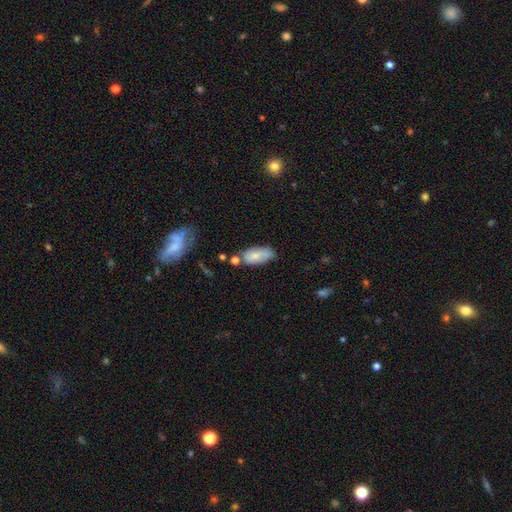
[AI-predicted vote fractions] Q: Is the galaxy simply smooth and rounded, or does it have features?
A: smooth — 69%.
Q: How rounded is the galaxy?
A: in between — 90%.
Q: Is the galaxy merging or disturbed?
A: none — 56%.